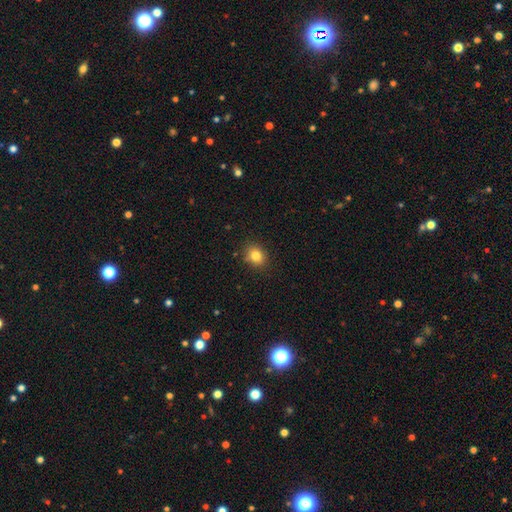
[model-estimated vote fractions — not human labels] A smooth galaxy with no disk features (82%) that is round (57%).

Vote fractions:
- Smooth or featured? smooth: 82% / star or artifact: 11% / featured or disk: 7%
- How rounded? round: 57% / in between: 42% / cigar-shaped: 1%
- Merging? none: 85% / minor disturbance: 11% / major disturbance: 2% / merger: 2%